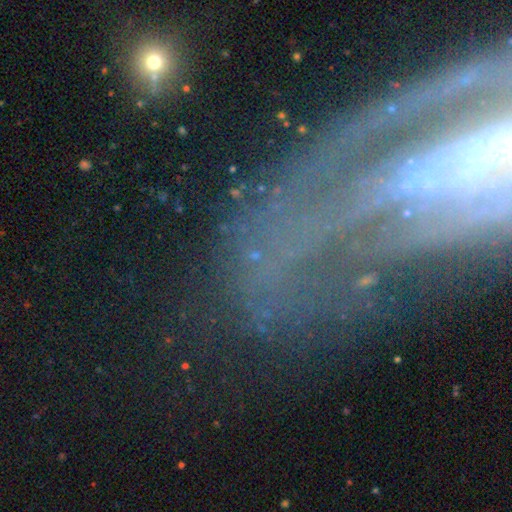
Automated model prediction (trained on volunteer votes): The model was most divided on "smooth or featured": featured or disk: 50%, star or artifact: 31%, smooth: 18%. More confident: edge-on disk — no (84%); merging — none (54%).